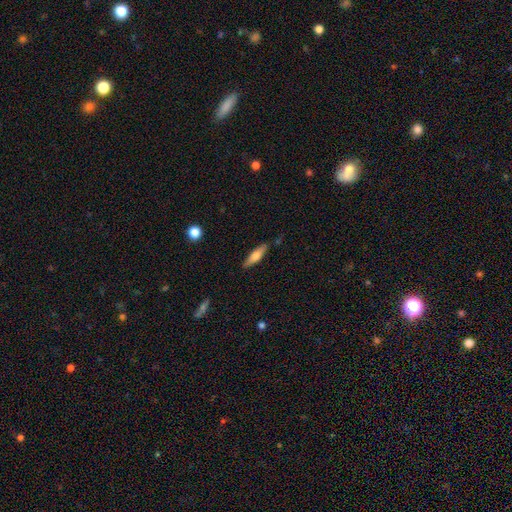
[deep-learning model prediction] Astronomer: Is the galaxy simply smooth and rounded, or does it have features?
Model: smooth — 56% (runner-up: featured or disk, 38%).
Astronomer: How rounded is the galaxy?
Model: cigar-shaped — 70%.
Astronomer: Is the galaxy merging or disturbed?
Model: none — 83%.